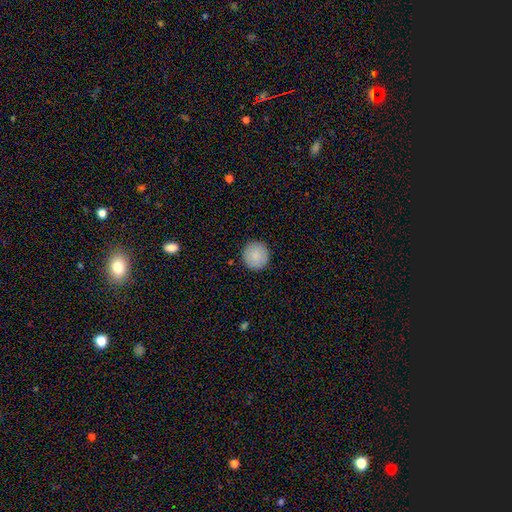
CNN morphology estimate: smooth-or-featured: smooth: 87% | star or artifact: 7% | featured or disk: 6%
  how-rounded: round: 95% | in between: 4% | cigar-shaped: 1%
  merging: none: 92% | minor disturbance: 6% | major disturbance: 2% | merger: 1%